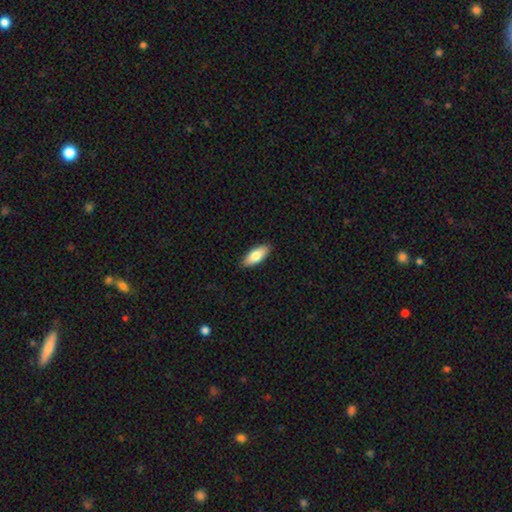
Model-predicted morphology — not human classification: The model was most divided on "how rounded": in between: 77%, cigar-shaped: 21%, round: 2%. More confident: merging — none (90%); smooth or featured — smooth (76%).